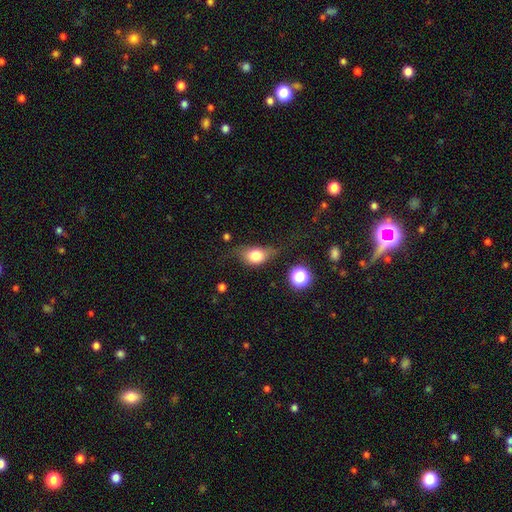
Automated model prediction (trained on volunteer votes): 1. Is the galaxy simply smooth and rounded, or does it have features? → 72% smooth, 18% featured or disk, 10% star or artifact.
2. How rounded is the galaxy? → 69% in between, 27% round, 4% cigar-shaped.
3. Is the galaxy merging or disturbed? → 45% none, 32% minor disturbance, 19% major disturbance, 3% merger.